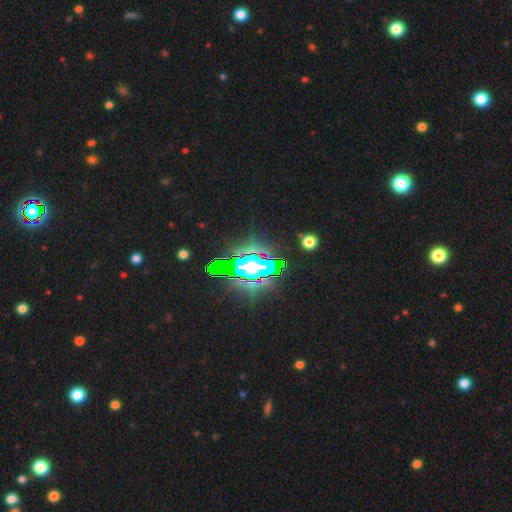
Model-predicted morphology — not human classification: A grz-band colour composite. It shows a star or artifact, not a galaxy (83%).